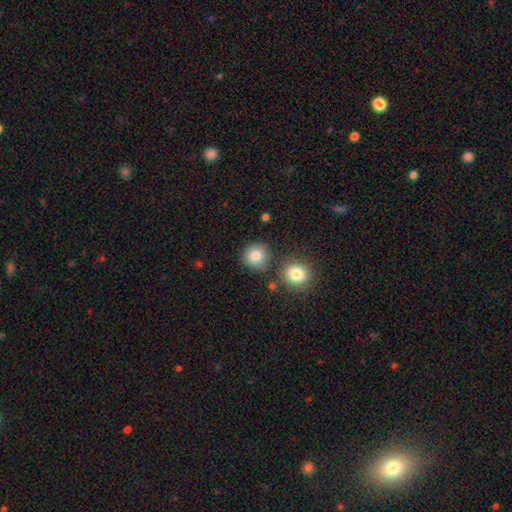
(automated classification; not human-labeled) This is clearly a smooth galaxy (83%). How rounded: clearly round (90%). Merging: likely none (79%).